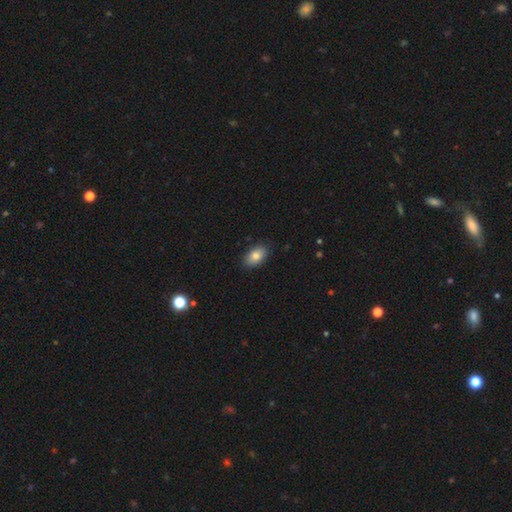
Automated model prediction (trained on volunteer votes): This appears to be a smooth galaxy with no disk features (81%) that is in between round and cigar-shaped (91%). Merging: none (87%).